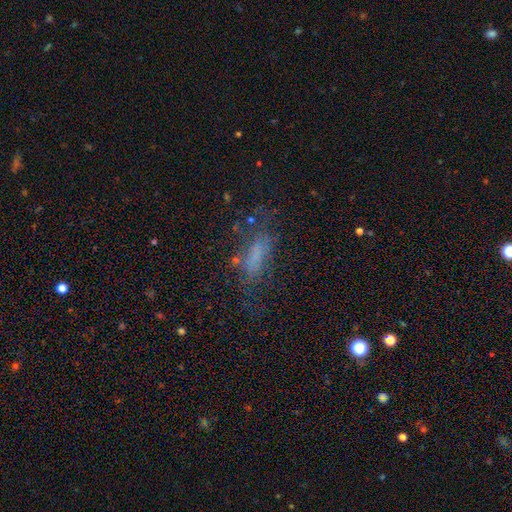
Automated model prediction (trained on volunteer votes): Smooth or featured: smooth — 53% (featured or disk — 28%)
How rounded: in between — 61% (cigar-shaped — 35%)
Merging: none — 51% (major disturbance — 22%)